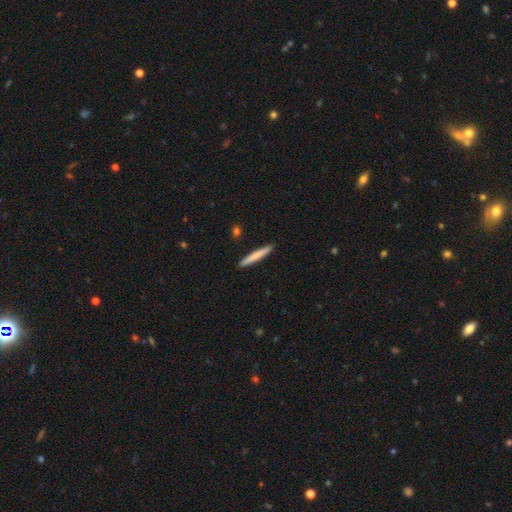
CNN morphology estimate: smooth 72%, featured or disk 23%, star or artifact 5%. Down the decision tree: how rounded — cigar-shaped (96%); merging — none (92%).